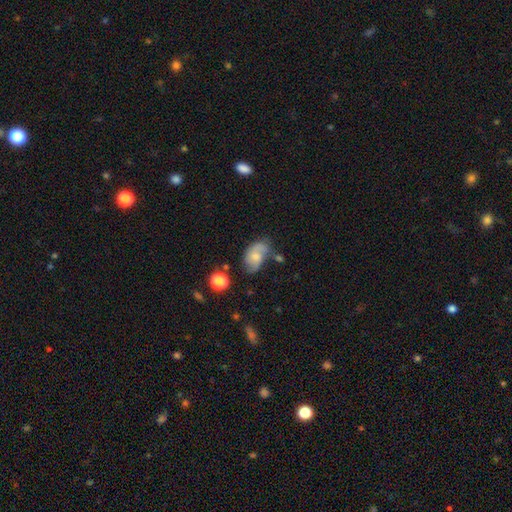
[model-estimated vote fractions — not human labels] Q: Smooth or featured?
A: featured or disk (51%); runner-up: smooth (40%)
Q: Edge-on disk?
A: no (96%); runner-up: yes (4%)
Q: Merging?
A: none (46%); runner-up: minor disturbance (28%)